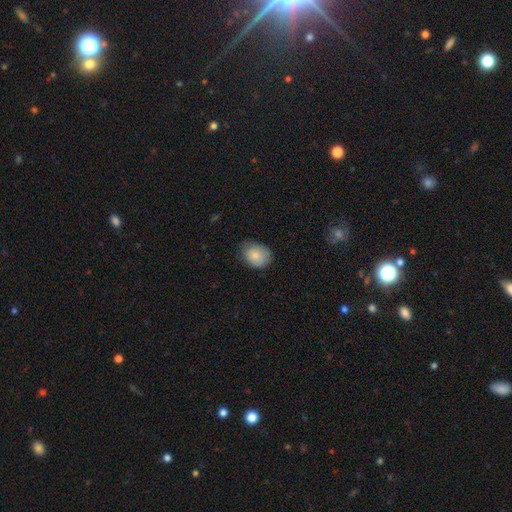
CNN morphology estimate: Q: Smooth or featured?
A: smooth (83%); runner-up: featured or disk (10%)
Q: How rounded?
A: in between (64%); runner-up: round (35%)
Q: Merging?
A: none (65%); runner-up: minor disturbance (29%)